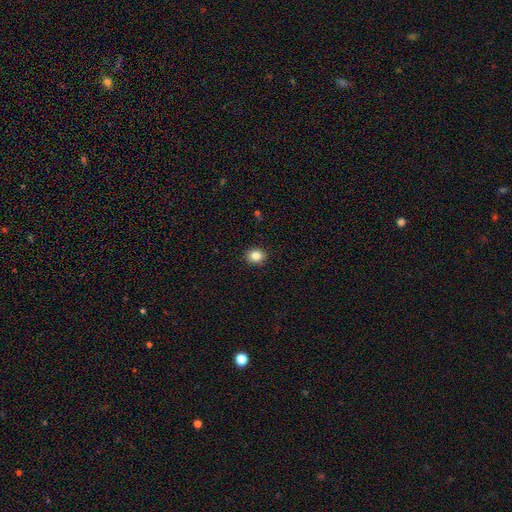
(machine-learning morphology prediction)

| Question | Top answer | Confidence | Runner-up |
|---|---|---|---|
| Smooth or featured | smooth | 85% | star or artifact (10%) |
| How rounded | round | 67% | in between (32%) |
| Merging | none | 91% | minor disturbance (7%) |